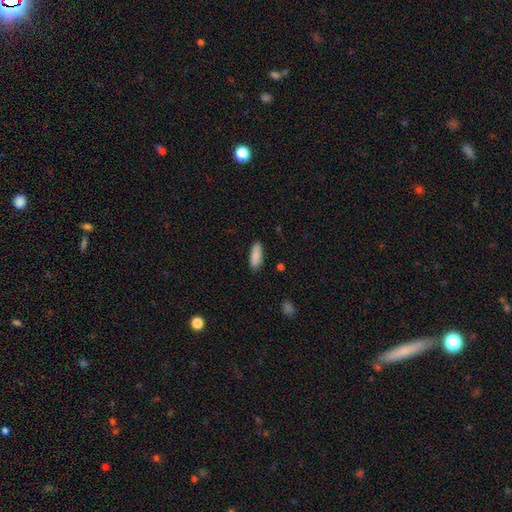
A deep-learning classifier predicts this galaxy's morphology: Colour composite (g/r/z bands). It shows a smooth galaxy with no disk features (89%) that is in between round and cigar-shaped (61%). Merging: none (87%).